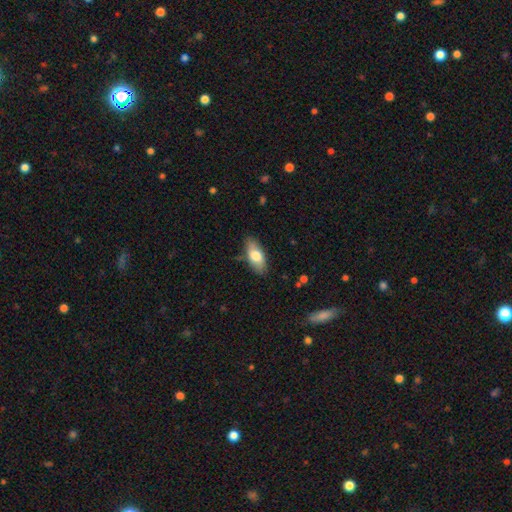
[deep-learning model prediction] Smooth or featured?
  - smooth: 75% *
  - featured or disk: 19%
  - star or artifact: 6%
How rounded?
  - in between: 88% *
  - cigar-shaped: 9%
  - round: 3%
Merging?
  - none: 80% *
  - minor disturbance: 16%
  - major disturbance: 3%
  - merger: 1%